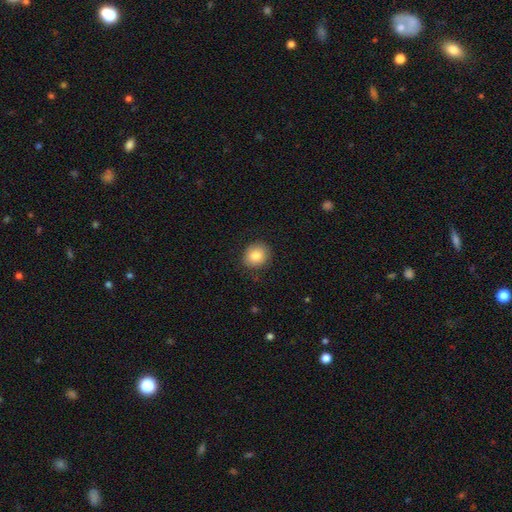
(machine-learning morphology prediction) Smooth or featured? smooth (84%)
How rounded? round (71%)
Merging? none (84%)